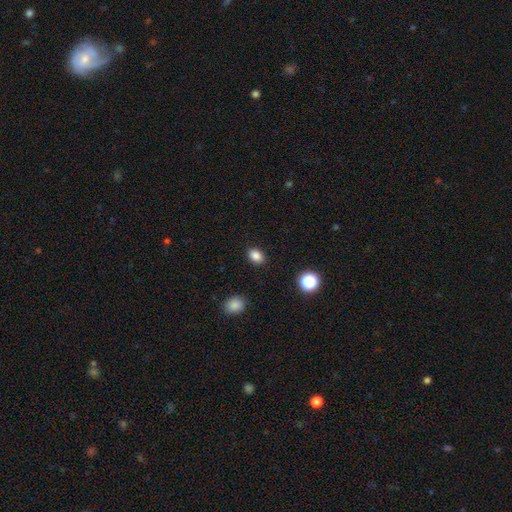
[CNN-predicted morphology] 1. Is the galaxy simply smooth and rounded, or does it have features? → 85% smooth, 11% star or artifact, 4% featured or disk.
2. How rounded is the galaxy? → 68% in between, 31% round, 1% cigar-shaped.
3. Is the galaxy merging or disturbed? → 88% none, 8% minor disturbance, 2% major disturbance, 1% merger.